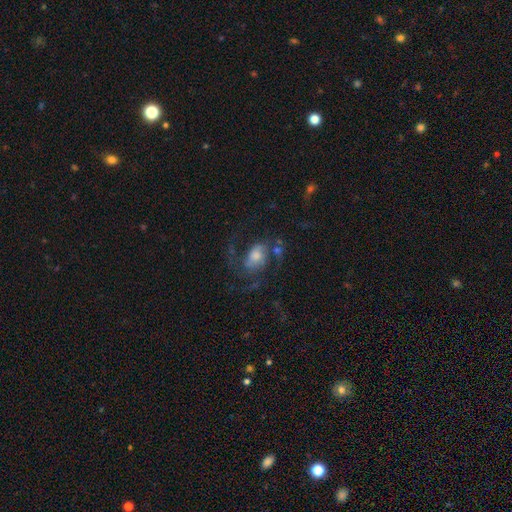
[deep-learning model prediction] featured or disk 73%, smooth 18%, star or artifact 9%. Down the decision tree: edge-on disk — no (97%); bar — no (53%); spiral arms — yes (91%); spiral arm count — 2 (62%); spiral winding — medium (49%); bulge size — moderate (47%); merging — none (54%).